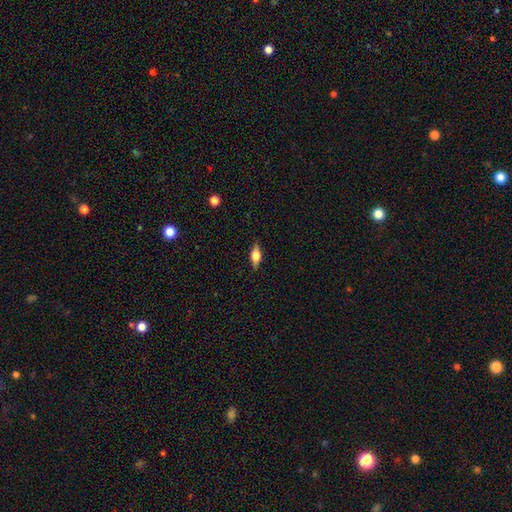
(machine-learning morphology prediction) Overall: smooth (47%; featured or disk 45%). Merging: none (87%).